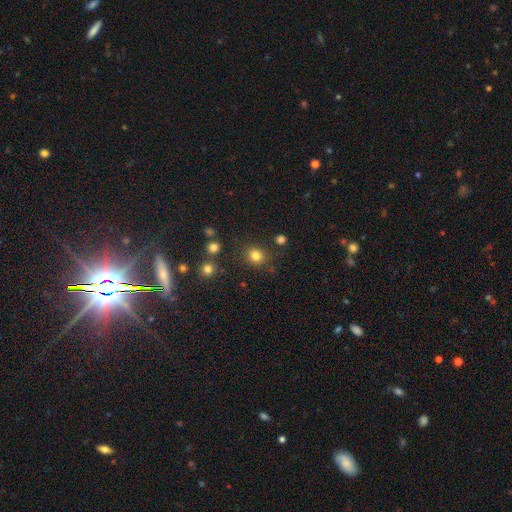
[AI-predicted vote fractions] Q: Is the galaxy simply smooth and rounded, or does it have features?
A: smooth — 81%.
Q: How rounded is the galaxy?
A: round — 76%.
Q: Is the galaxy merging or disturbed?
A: none — 84%.